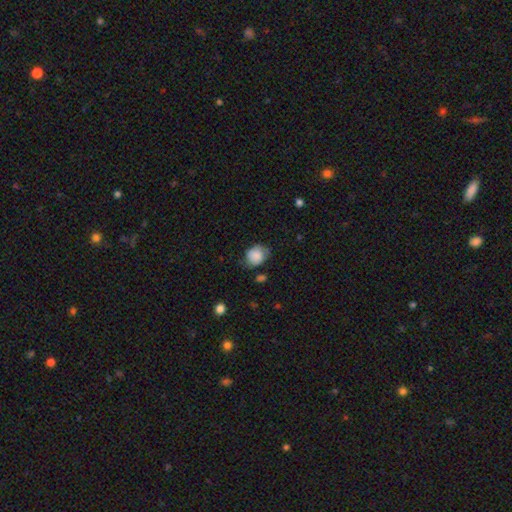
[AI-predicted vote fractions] Overall: smooth (84%). How rounded: round (66%; in between 33%). Merging: none (61%; minor disturbance 30%).